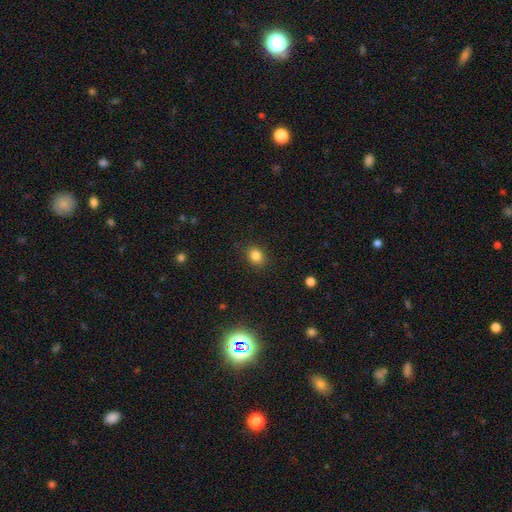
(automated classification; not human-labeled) Smooth or featured? smooth (83%)
How rounded? round (54%)
Merging? none (87%)